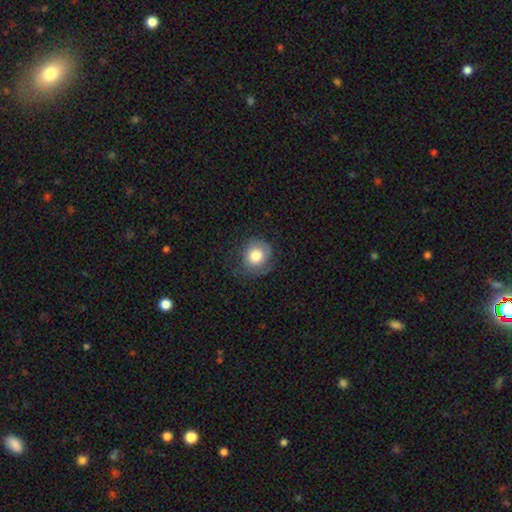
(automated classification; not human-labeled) Smooth or featured? Predicted: smooth (p=0.76). How rounded? Predicted: round (p=0.84). Merging? Predicted: none (p=0.63).